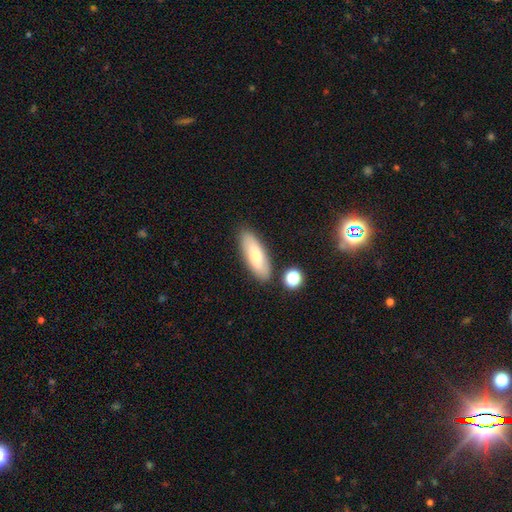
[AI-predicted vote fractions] This is likely a smooth galaxy (71%). How rounded: likely in between (62%). Merging: clearly none (84%).